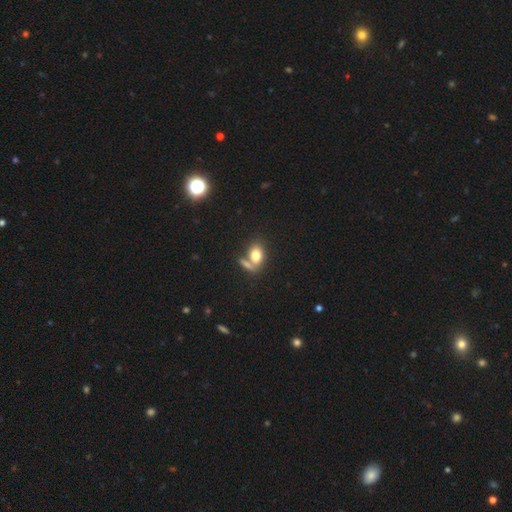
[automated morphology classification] This appears to be a smooth galaxy with no disk features (77%) that is in between round and cigar-shaped (75%). Merging: none (47%).